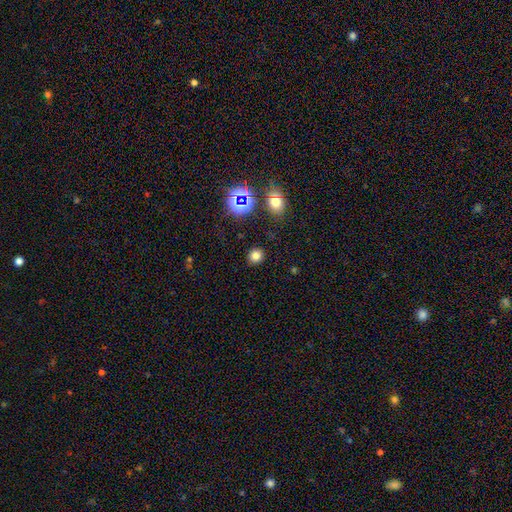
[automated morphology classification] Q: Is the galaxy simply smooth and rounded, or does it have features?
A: smooth — 74%.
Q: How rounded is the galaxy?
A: round — 83%.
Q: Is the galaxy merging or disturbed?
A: none — 89%.